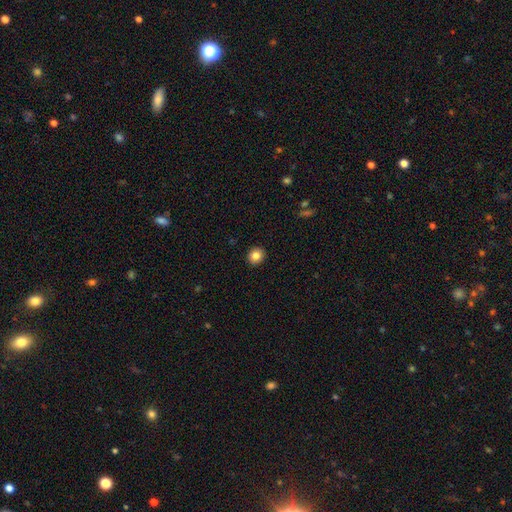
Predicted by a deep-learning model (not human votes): smooth-or-featured: smooth: 84% | star or artifact: 10% | featured or disk: 6%
  how-rounded: round: 80% | in between: 19% | cigar-shaped: 1%
  merging: none: 92% | minor disturbance: 5% | major disturbance: 1% | merger: 1%